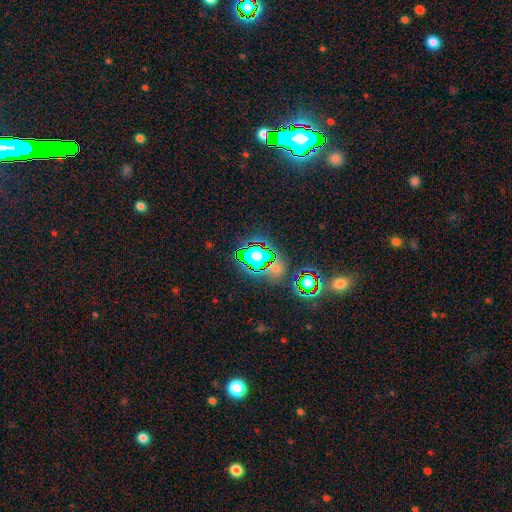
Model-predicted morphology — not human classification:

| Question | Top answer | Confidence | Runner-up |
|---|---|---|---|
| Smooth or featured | star or artifact | 60% | smooth (28%) |